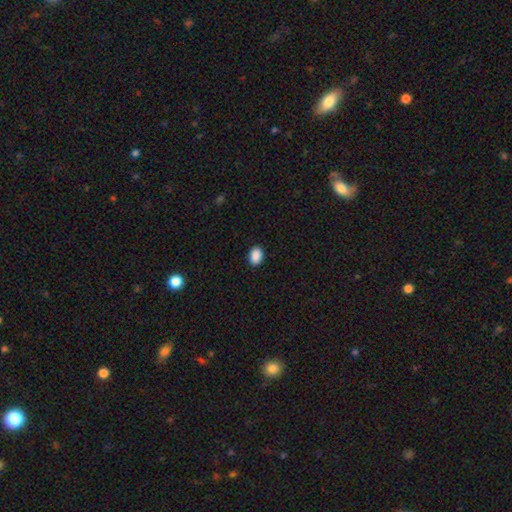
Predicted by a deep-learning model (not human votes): A smooth galaxy with no disk features (90%) that is in between round and cigar-shaped (76%). Merging: none (90%).